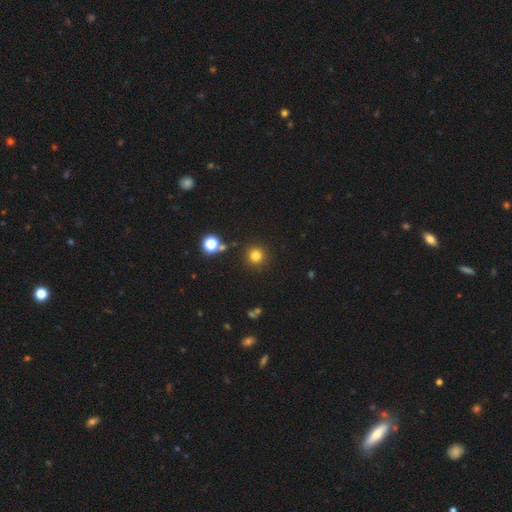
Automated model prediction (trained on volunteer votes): Smooth or featured: smooth — 79% (star or artifact — 15%)
How rounded: round — 95% (in between — 4%)
Merging: none — 89% (minor disturbance — 6%)